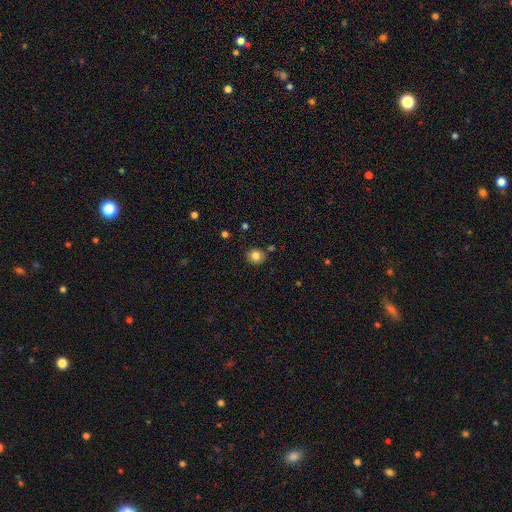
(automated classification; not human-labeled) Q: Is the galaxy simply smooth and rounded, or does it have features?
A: smooth — 83%.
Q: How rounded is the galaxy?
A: round — 87%.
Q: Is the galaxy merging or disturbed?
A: none — 84%.